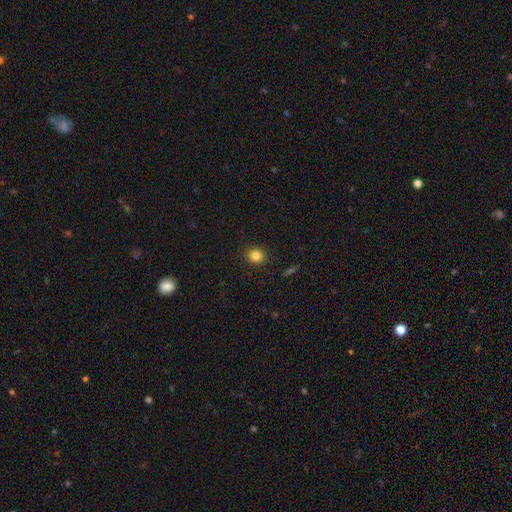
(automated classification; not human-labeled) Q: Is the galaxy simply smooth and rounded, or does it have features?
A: smooth — 83%.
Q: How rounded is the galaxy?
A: round — 82%.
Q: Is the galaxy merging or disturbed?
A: none — 91%.